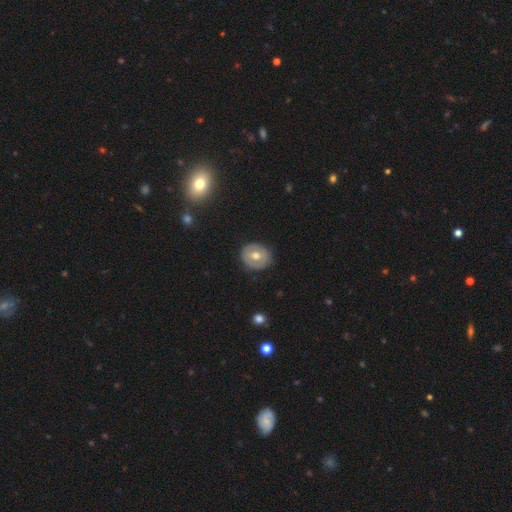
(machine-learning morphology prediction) Smooth or featured? smooth (54%)
How rounded? round (76%)
Merging? none (88%)